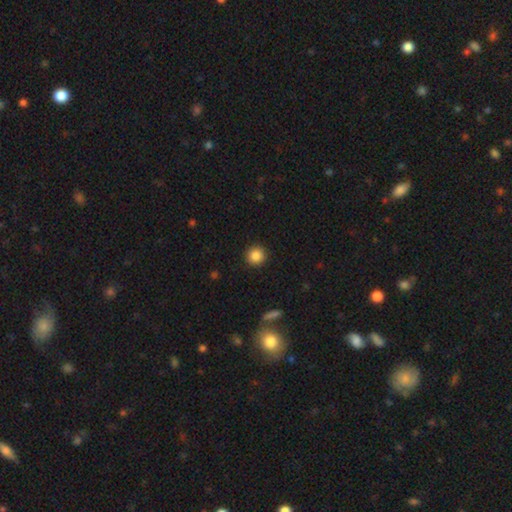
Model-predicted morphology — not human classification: Smooth or featured: smooth — 86% (star or artifact — 10%)
How rounded: round — 94% (in between — 5%)
Merging: none — 92% (minor disturbance — 6%)